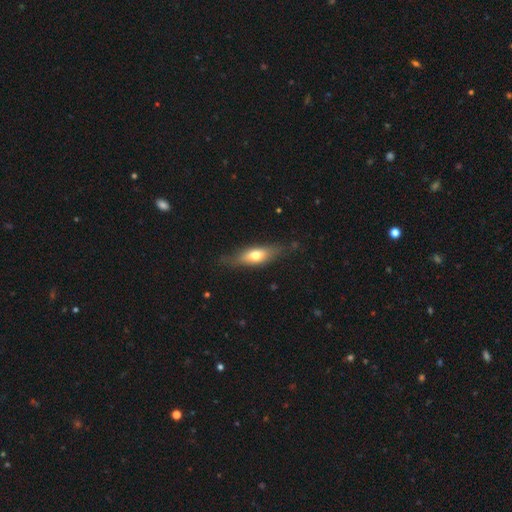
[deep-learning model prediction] smooth 58%, featured or disk 36%, star or artifact 6%. Down the decision tree: how rounded — in between (56%); merging — none (75%).